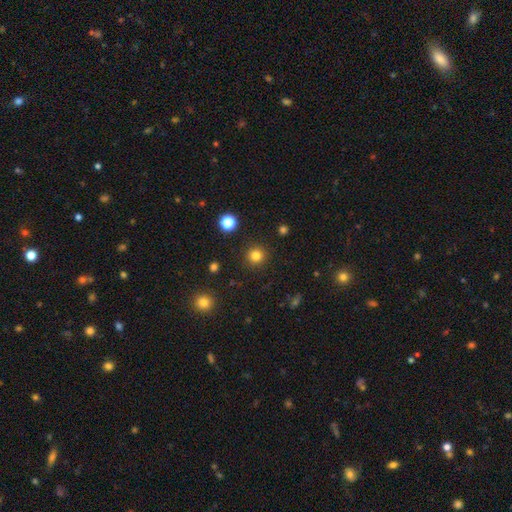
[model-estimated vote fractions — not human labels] smooth 82%, star or artifact 13%, featured or disk 5%. Down the decision tree: how rounded — round (94%); merging — none (91%).